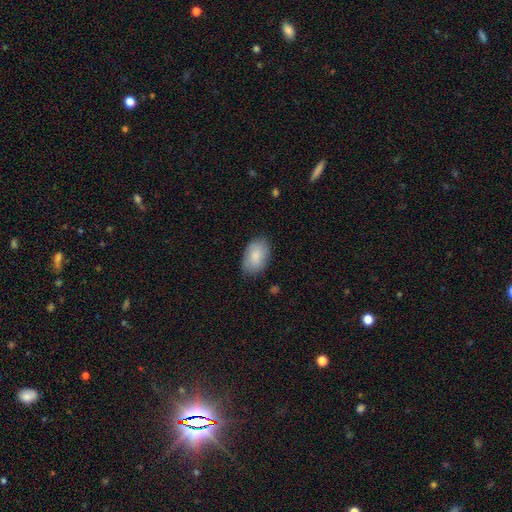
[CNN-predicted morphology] This appears to be a smooth galaxy with no disk features (84%) that is in between round and cigar-shaped (91%). Merging: none (81%).